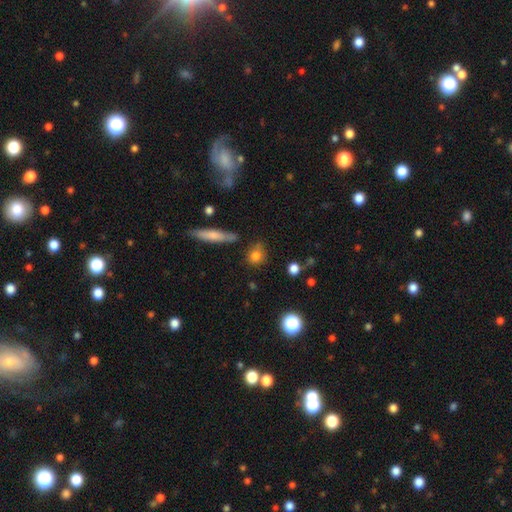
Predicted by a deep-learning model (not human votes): smooth_or_featured: smooth (p=0.79) [alt: star or artifact p=0.11]
how_rounded: round (p=0.69) [alt: in between p=0.25]
merging: none (p=0.72) [alt: minor disturbance p=0.17]